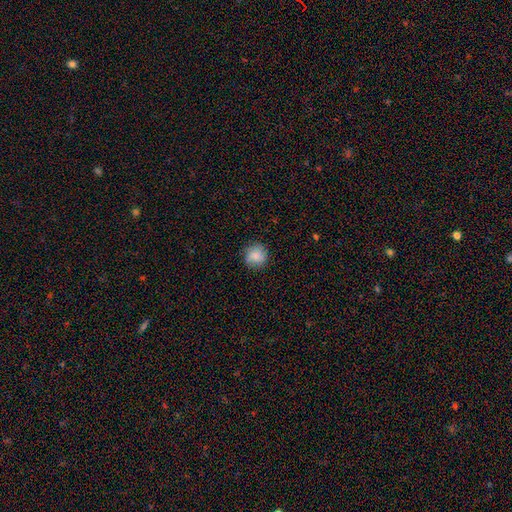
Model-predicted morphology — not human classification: Smooth or featured? smooth (83%)
How rounded? round (90%)
Merging? none (83%)